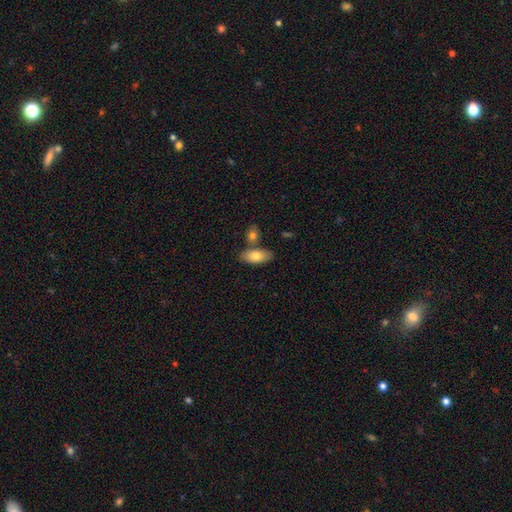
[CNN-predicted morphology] A smooth galaxy with no disk features (78%) that is in between round and cigar-shaped (87%). Merging: none (68%).